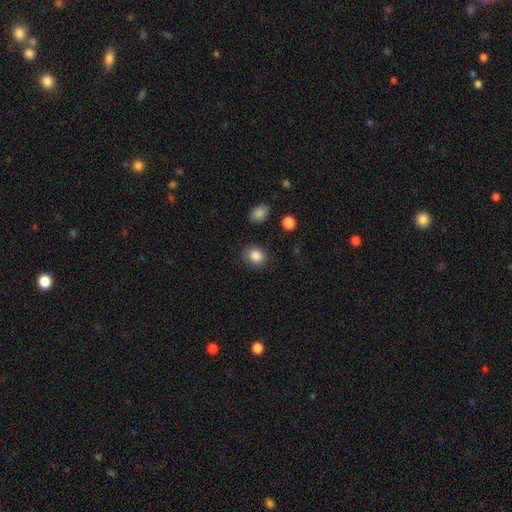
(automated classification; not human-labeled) Smooth or featured: smooth — 87% (star or artifact — 9%)
How rounded: round — 71% (in between — 28%)
Merging: none — 84% (minor disturbance — 11%)